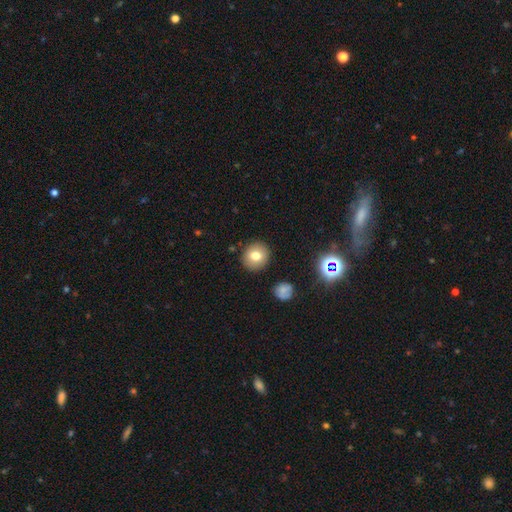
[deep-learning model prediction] Overall: smooth (77%). How rounded: round (86%). Merging: none (89%).